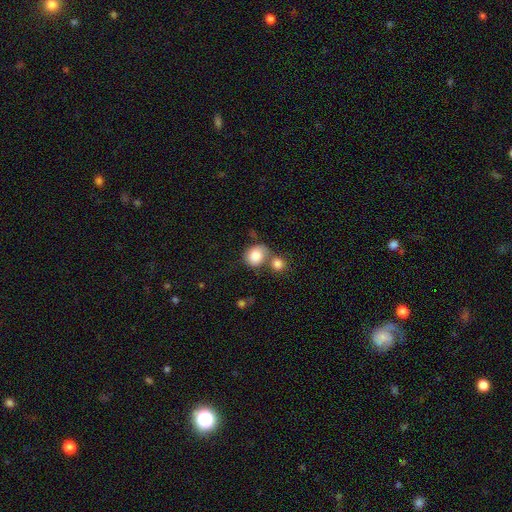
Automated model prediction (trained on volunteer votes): Overall: smooth (85%). How rounded: round (66%; in between 33%). Merging: merger (41%; none 38%).